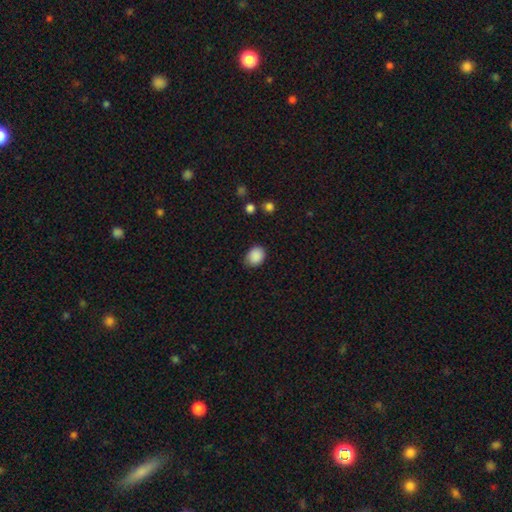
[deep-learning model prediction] This is clearly a smooth galaxy (88%). How rounded: possibly in between (50%). Merging: likely none (77%).